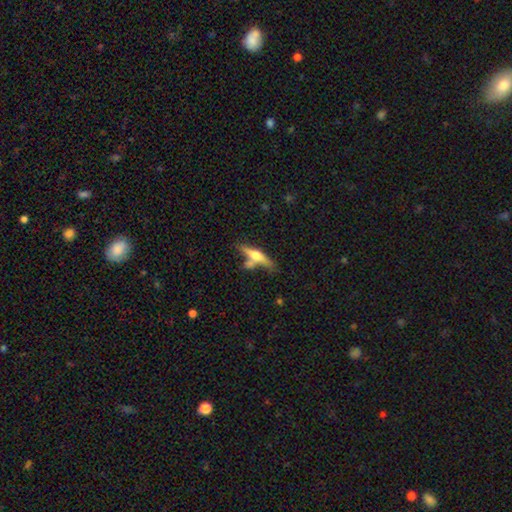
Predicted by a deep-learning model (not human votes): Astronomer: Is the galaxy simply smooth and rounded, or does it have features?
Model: featured or disk — 57% (runner-up: smooth, 37%).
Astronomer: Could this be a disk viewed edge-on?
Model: yes — 94%.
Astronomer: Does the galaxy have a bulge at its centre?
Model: rounded — 90%.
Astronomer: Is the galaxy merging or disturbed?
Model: none — 58%.